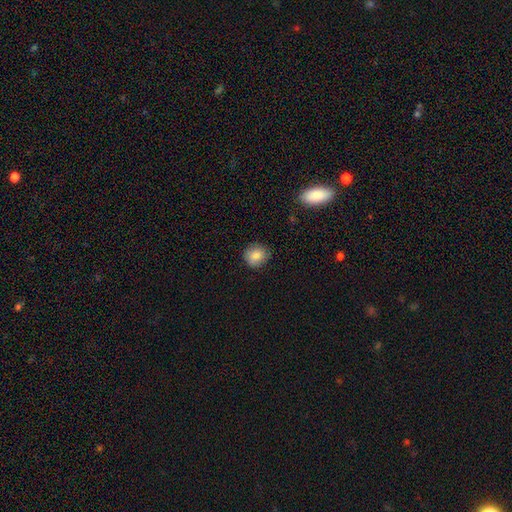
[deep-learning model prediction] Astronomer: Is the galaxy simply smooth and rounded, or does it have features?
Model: smooth — 85%.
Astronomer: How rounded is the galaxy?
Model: round — 82%.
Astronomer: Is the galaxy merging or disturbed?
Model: none — 83%.